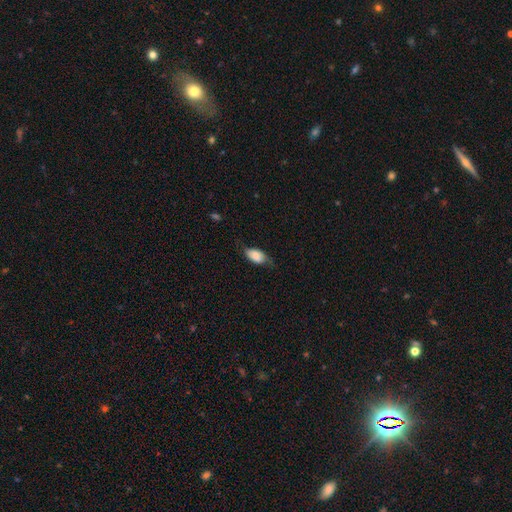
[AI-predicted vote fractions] Smooth or featured?
  - smooth: 76% *
  - featured or disk: 17%
  - star or artifact: 7%
How rounded?
  - in between: 91% *
  - round: 5%
  - cigar-shaped: 4%
Merging?
  - none: 57% *
  - minor disturbance: 30%
  - major disturbance: 11%
  - merger: 1%